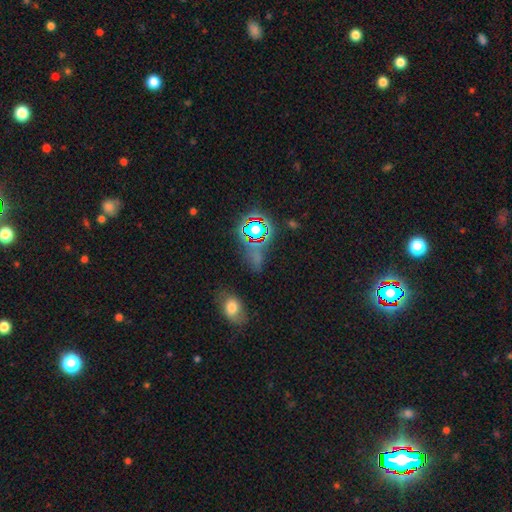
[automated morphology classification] This is possibly a star or artifact rather than a galaxy (52%).